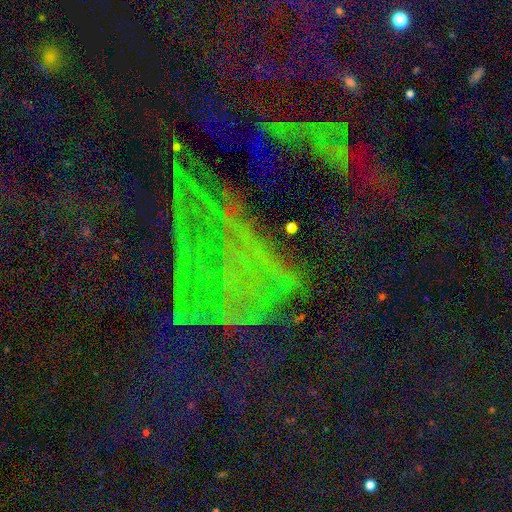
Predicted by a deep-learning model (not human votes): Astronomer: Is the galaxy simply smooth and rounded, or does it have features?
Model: star or artifact — 81%.